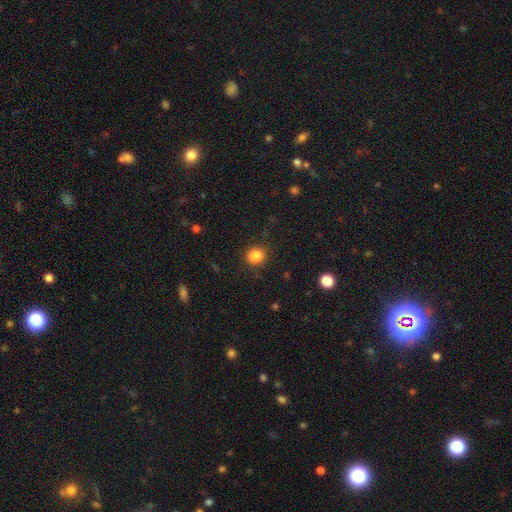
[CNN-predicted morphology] Smooth or featured: smooth — 85% (star or artifact — 11%)
How rounded: round — 79% (in between — 20%)
Merging: none — 86% (minor disturbance — 10%)